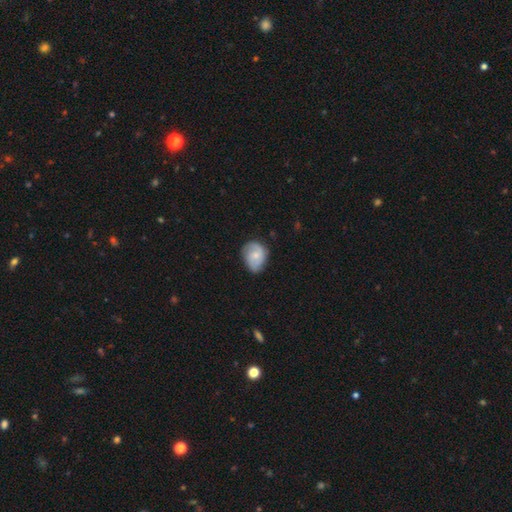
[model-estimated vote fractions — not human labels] smooth_or_featured: smooth (p=0.49) [alt: featured or disk p=0.45]
merging: none (p=0.58) [alt: minor disturbance p=0.32]